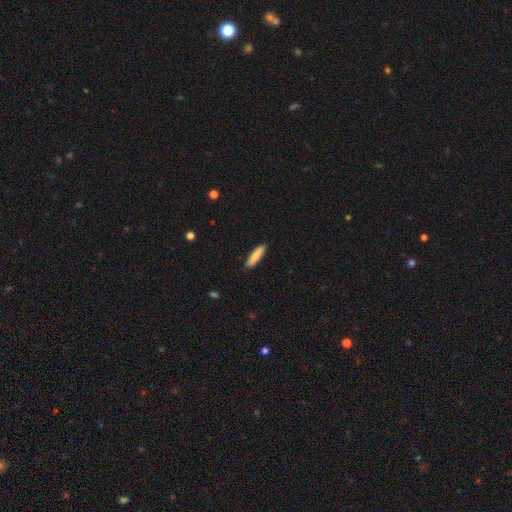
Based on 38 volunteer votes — This appears to be a smooth galaxy with no disk features (95%) that is cigar-shaped (83%). Merging: none (89%).